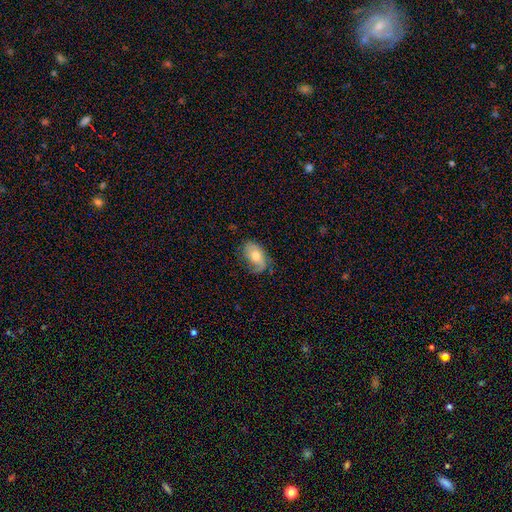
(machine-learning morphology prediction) smooth-or-featured: featured or disk: 49% | smooth: 44% | star or artifact: 7%
  merging: none: 55% | minor disturbance: 29% | major disturbance: 15% | merger: 2%